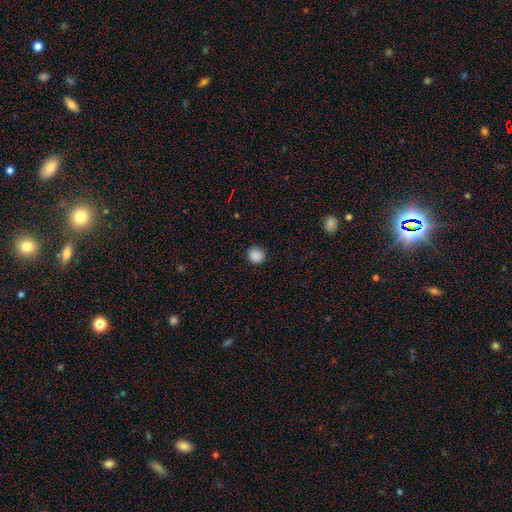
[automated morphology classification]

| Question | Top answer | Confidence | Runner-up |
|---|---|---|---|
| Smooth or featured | smooth | 87% | star or artifact (10%) |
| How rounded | round | 92% | in between (7%) |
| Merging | none | 89% | minor disturbance (8%) |